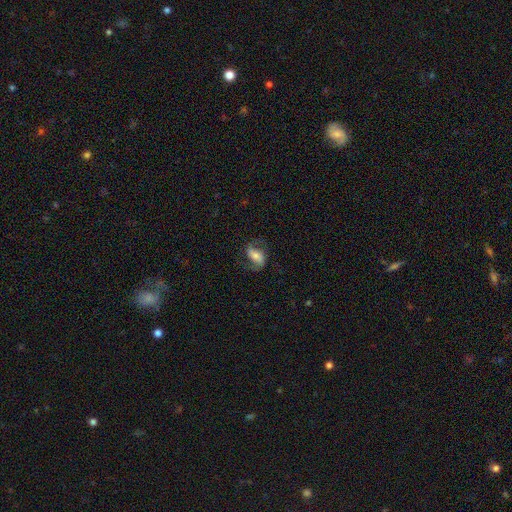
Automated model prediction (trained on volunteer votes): A featured or disk galaxy (63%) with a strong bar (36%), 2 (89%) loose (46%) spiral arms (91%) and a moderate central bulge (44%).

Vote fractions:
- Smooth or featured? featured or disk: 63% / smooth: 29% / star or artifact: 8%
- Edge-on disk? no: 95% / yes: 5%
- Bar? strong: 36% / weak: 34% / no: 30%
- Spiral arms? yes: 91% / no: 9%
- Spiral winding? loose: 46% / medium: 41% / tight: 13%
- Spiral arm count? 2: 89% / can't tell: 4% / 1: 3% / 3: 1% / 4: 1% / more than 4: 1%
- Bulge size? moderate: 44% / small: 32% / large: 15% / none: 6% / dominant: 3%
- Merging? none: 70% / minor disturbance: 17% / major disturbance: 12% / merger: 1%